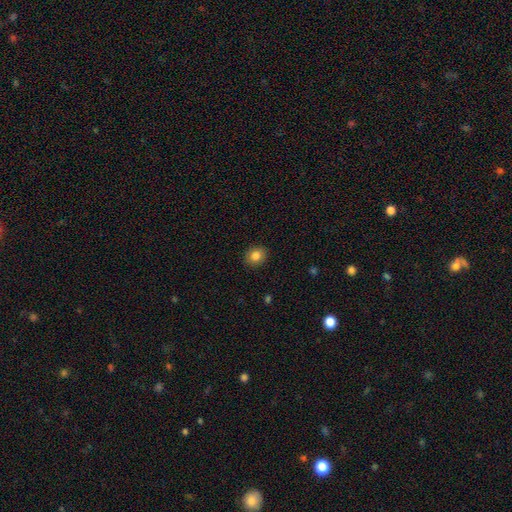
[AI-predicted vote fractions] smooth_or_featured: smooth (p=0.84) [alt: star or artifact p=0.10]
how_rounded: round (p=0.65) [alt: in between p=0.34]
merging: none (p=0.90) [alt: minor disturbance p=0.07]